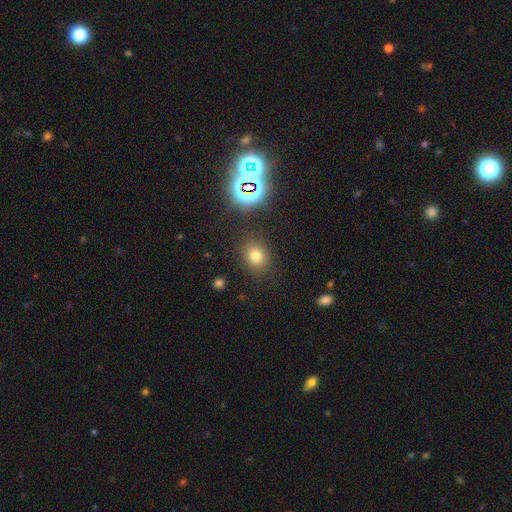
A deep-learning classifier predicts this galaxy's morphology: smooth-or-featured: smooth: 72% | star or artifact: 20% | featured or disk: 8%
  how-rounded: round: 64% | in between: 34% | cigar-shaped: 1%
  merging: none: 84% | minor disturbance: 9% | major disturbance: 4% | merger: 3%